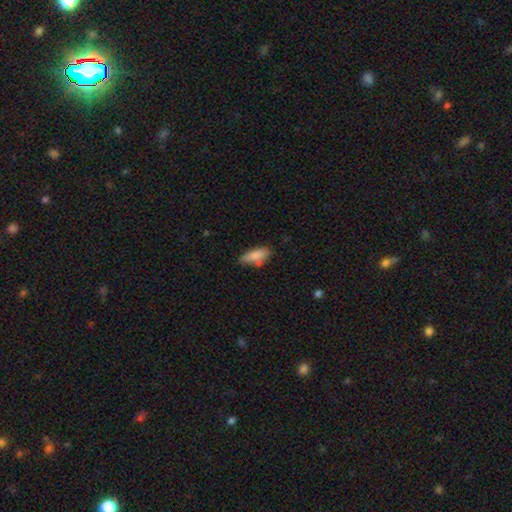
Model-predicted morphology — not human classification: smooth-or-featured: smooth: 83% | featured or disk: 11% | star or artifact: 7%
  how-rounded: in between: 62% | cigar-shaped: 35% | round: 2%
  merging: none: 66% | minor disturbance: 21% | merger: 9% | major disturbance: 4%